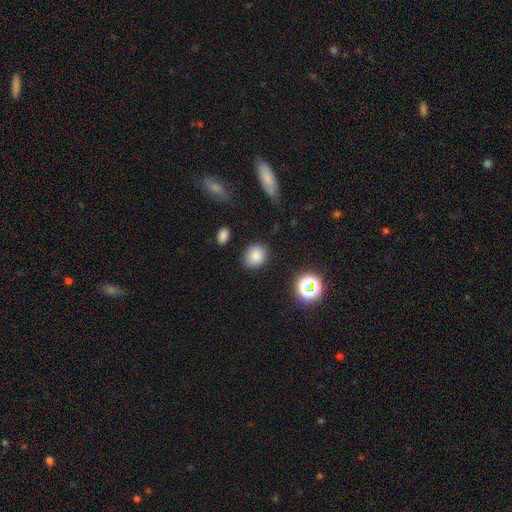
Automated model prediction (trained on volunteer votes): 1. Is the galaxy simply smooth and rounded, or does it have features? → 83% smooth, 12% star or artifact, 5% featured or disk.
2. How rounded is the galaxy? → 63% round, 36% in between, 1% cigar-shaped.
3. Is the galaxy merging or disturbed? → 83% none, 11% minor disturbance, 3% major disturbance, 2% merger.